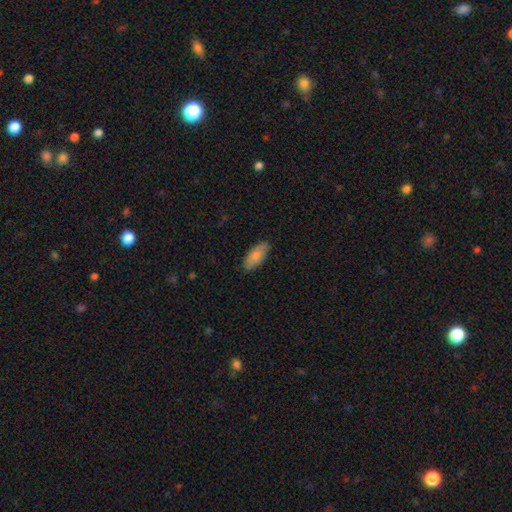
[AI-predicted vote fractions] Smooth or featured? Predicted: smooth (p=0.84). How rounded? Predicted: in between (p=0.87). Merging? Predicted: none (p=0.84).